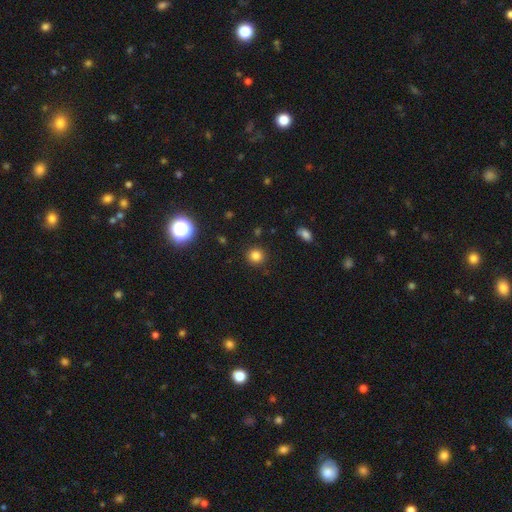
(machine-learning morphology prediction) A smooth galaxy with no disk features (81%) that is round (92%). Merging: none (90%).